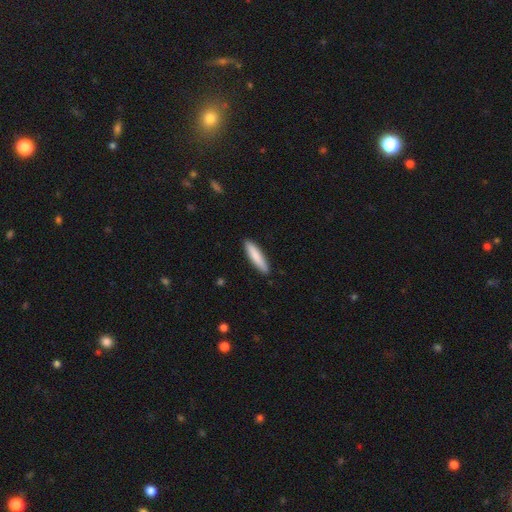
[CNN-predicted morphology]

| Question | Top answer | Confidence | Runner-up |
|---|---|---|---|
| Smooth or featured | smooth | 84% | featured or disk (11%) |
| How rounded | cigar-shaped | 83% | in between (16%) |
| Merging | none | 90% | minor disturbance (7%) |